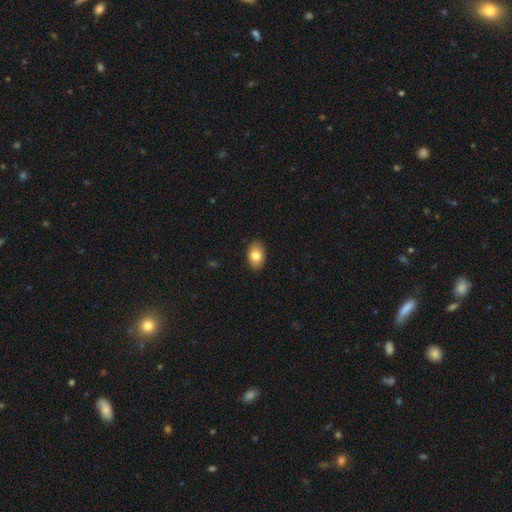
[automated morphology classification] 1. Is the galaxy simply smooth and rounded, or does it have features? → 81% smooth, 12% featured or disk, 7% star or artifact.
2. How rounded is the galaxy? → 87% in between, 12% round, 1% cigar-shaped.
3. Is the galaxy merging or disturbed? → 88% none, 9% minor disturbance, 2% major disturbance, 1% merger.